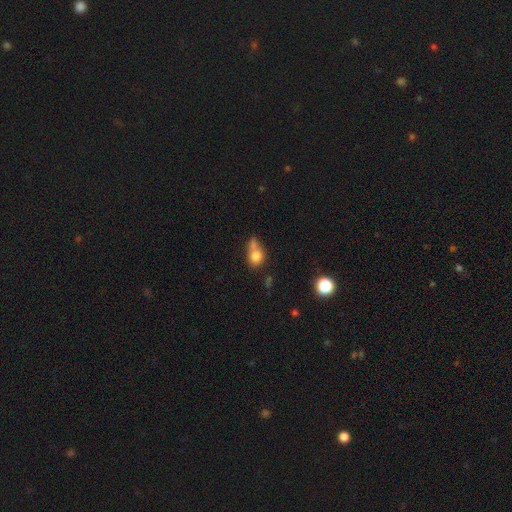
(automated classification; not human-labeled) This appears to be a smooth galaxy with no disk features (77%) that is round (63%). Merging: merger (40%).